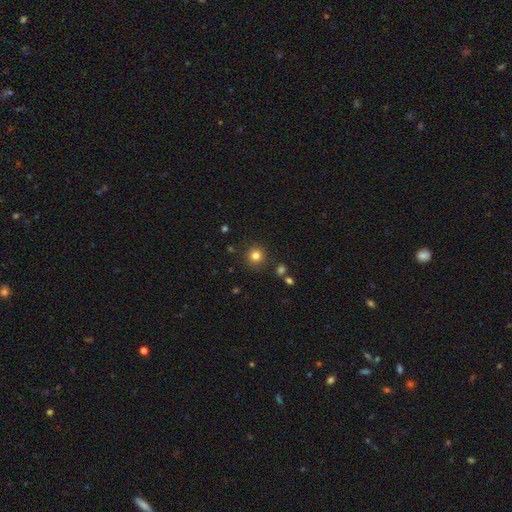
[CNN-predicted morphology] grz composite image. It shows a smooth galaxy with no disk features (81%) that is round (94%). Merging: none (88%).